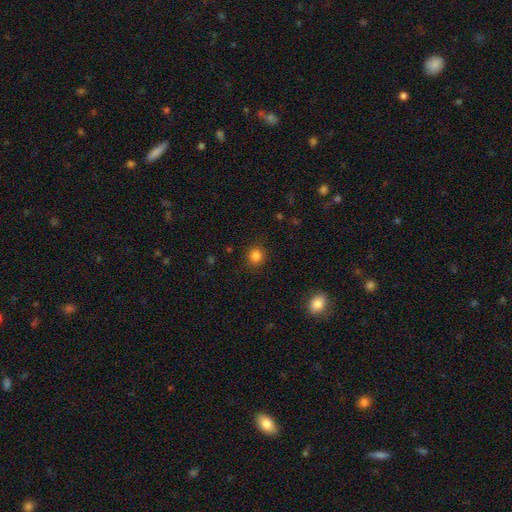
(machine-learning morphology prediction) Smooth or featured? smooth (83%)
How rounded? round (88%)
Merging? none (88%)